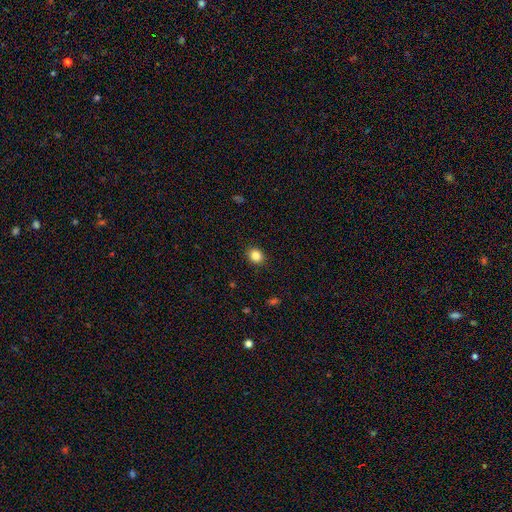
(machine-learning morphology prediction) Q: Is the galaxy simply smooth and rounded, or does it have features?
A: smooth — 85%.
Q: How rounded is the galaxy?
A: round — 66%.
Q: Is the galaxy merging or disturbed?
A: none — 90%.